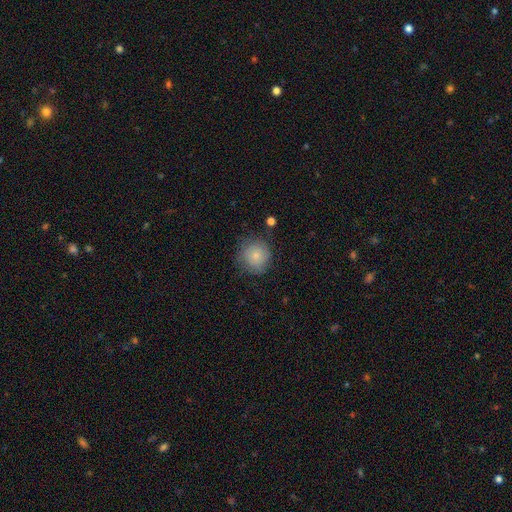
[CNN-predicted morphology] Smooth or featured: smooth — 81% (featured or disk — 11%)
How rounded: round — 91% (in between — 8%)
Merging: none — 76% (minor disturbance — 17%)